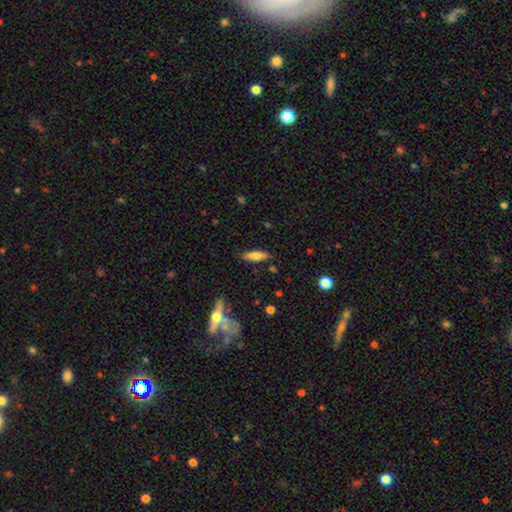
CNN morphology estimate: Smooth or featured: smooth — 70% (featured or disk — 23%)
How rounded: cigar-shaped — 59% (in between — 39%)
Merging: none — 84% (minor disturbance — 11%)